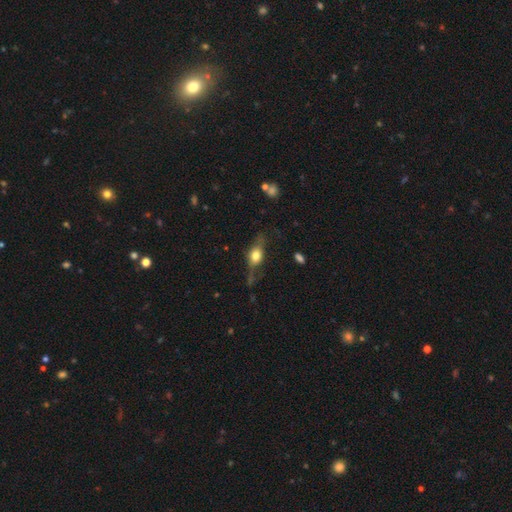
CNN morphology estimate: smooth_or_featured: smooth (p=0.57) [alt: featured or disk p=0.34]
how_rounded: in between (p=0.68) [alt: round p=0.16]
merging: none (p=0.57) [alt: minor disturbance p=0.26]